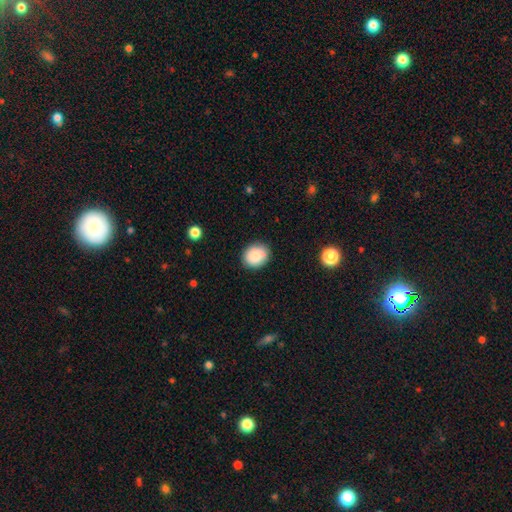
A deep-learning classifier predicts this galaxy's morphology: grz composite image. It shows a smooth galaxy with no disk features (87%) that is round (60%). Merging: none (85%).